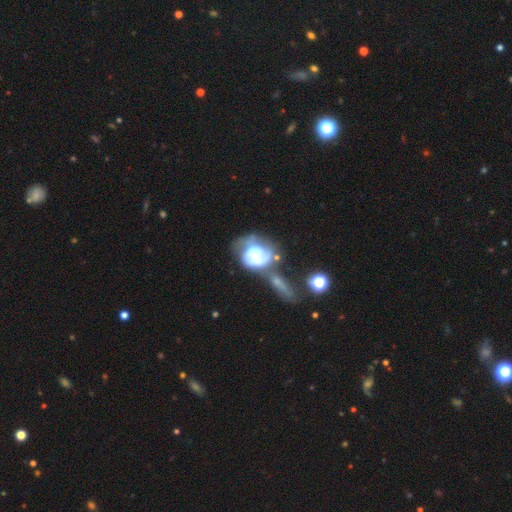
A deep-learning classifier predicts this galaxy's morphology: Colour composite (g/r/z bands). It shows a featured or disk galaxy (58%) with no bar (49%), spiral arms (53%) and a moderate central bulge (33%). Merging: merger (39%).